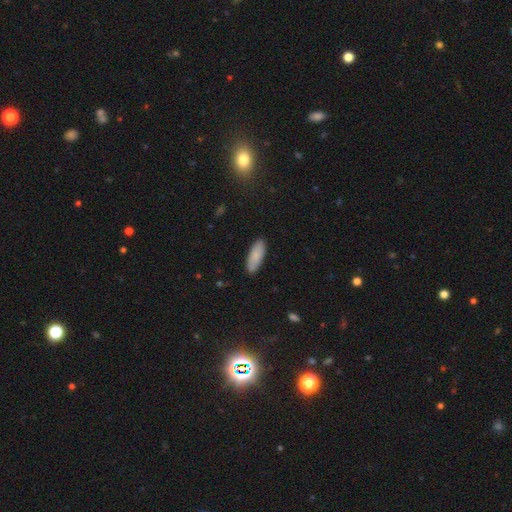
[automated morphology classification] Overall: smooth (85%). How rounded: in between (70%). Merging: none (87%).